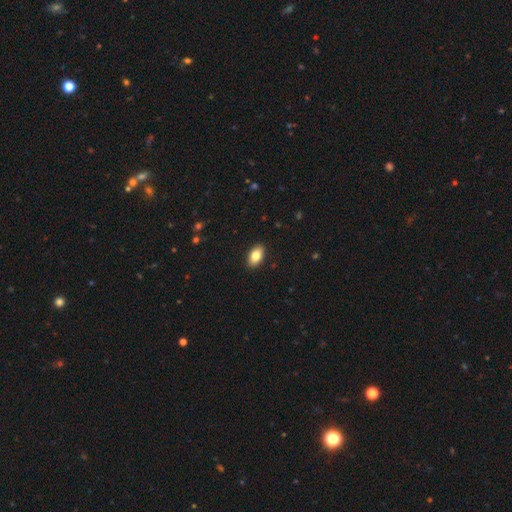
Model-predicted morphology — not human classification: Overall: smooth (83%). How rounded: in between (92%). Merging: none (90%).